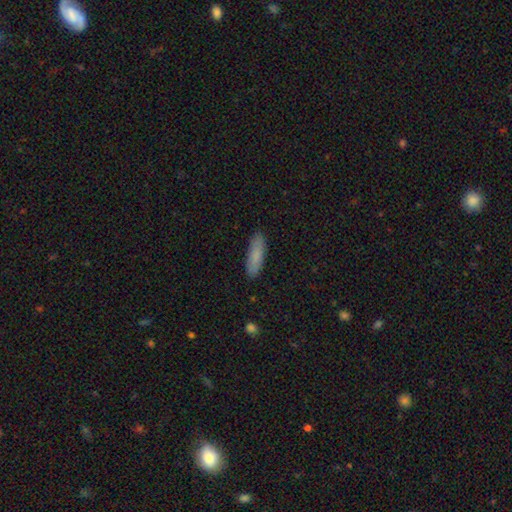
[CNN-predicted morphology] This is clearly a smooth galaxy (83%). How rounded: likely cigar-shaped (63%). Merging: clearly none (88%).